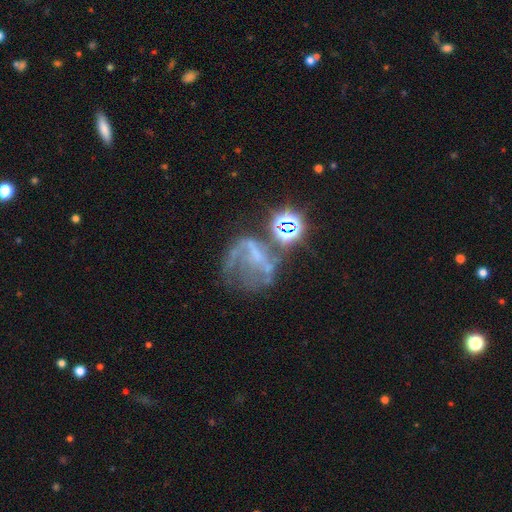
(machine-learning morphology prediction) Smooth or featured? featured or disk (54%)
Edge-on disk? no (97%)
Bar? no (57%)
Spiral arms? no (52%)
Bulge size? none (62%)
Merging? major disturbance (40%)